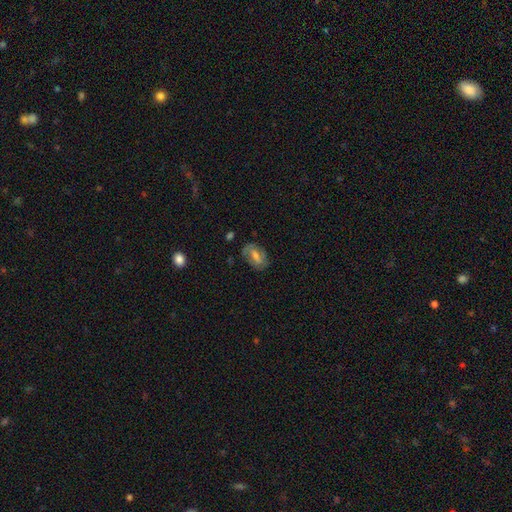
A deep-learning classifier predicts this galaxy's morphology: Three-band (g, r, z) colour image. It shows a featured or disk galaxy (48%). Merging: none (72%).